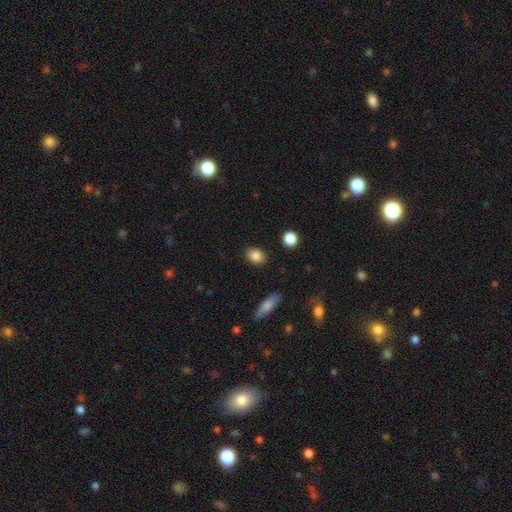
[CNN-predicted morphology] Smooth or featured?
  - smooth: 86% *
  - star or artifact: 8%
  - featured or disk: 6%
How rounded?
  - in between: 58% *
  - round: 40%
  - cigar-shaped: 2%
Merging?
  - none: 88% *
  - minor disturbance: 8%
  - major disturbance: 2%
  - merger: 2%